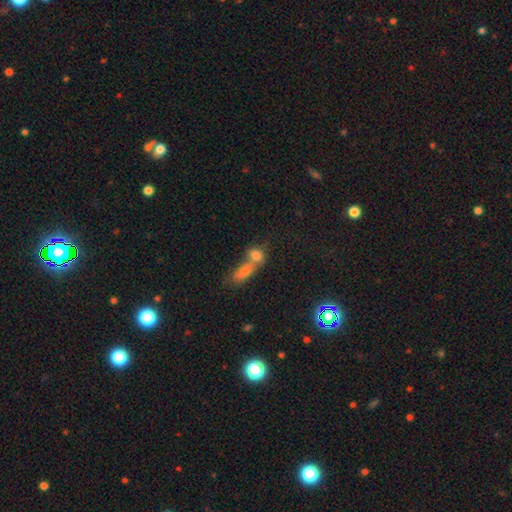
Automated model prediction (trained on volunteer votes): The model was most divided on "merging": none: 42%, merger: 41%, minor disturbance: 10%, major disturbance: 7%. Remaining: smooth or featured — smooth (52%); how rounded — in between (48%).